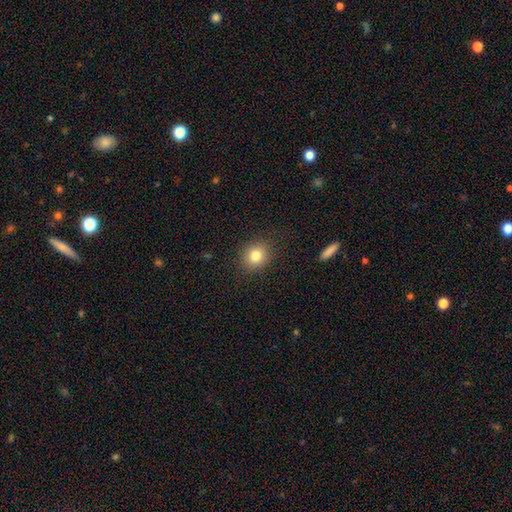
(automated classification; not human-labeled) Smooth or featured? Predicted: smooth (p=0.81). How rounded? Predicted: round (p=0.76). Merging? Predicted: none (p=0.87).